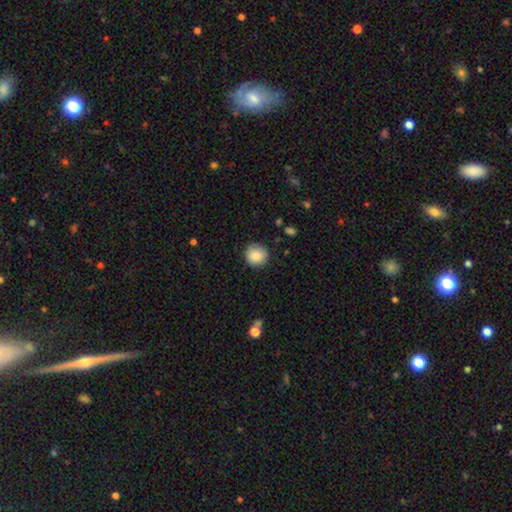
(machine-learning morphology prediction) Smooth or featured?
  - smooth: 88% *
  - star or artifact: 8%
  - featured or disk: 4%
How rounded?
  - round: 91% *
  - in between: 8%
  - cigar-shaped: 1%
Merging?
  - none: 85% *
  - minor disturbance: 11%
  - major disturbance: 2%
  - merger: 1%